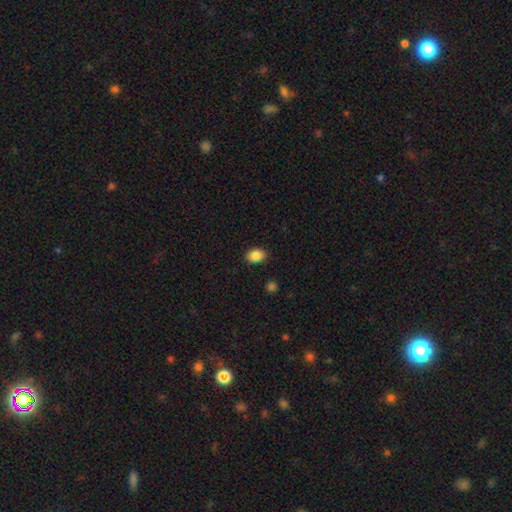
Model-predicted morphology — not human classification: This is clearly a smooth galaxy (88%). How rounded: likely in between (71%). Merging: clearly none (88%).